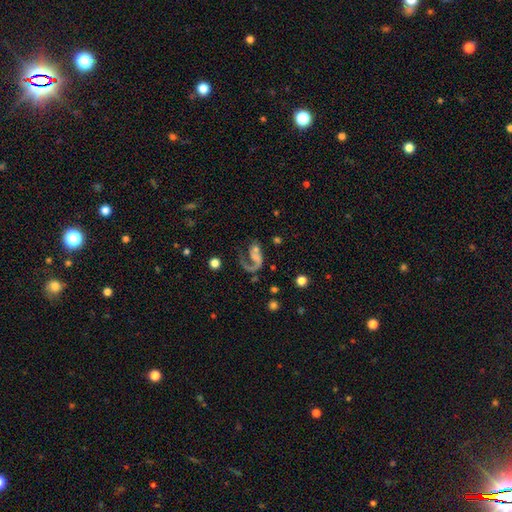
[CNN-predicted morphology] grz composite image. It shows a featured or disk galaxy (73%) with no bar (68%), 1 (81%) loose (60%) spiral arms (83%) and no central bulge (38%). Merging: major disturbance (41%).